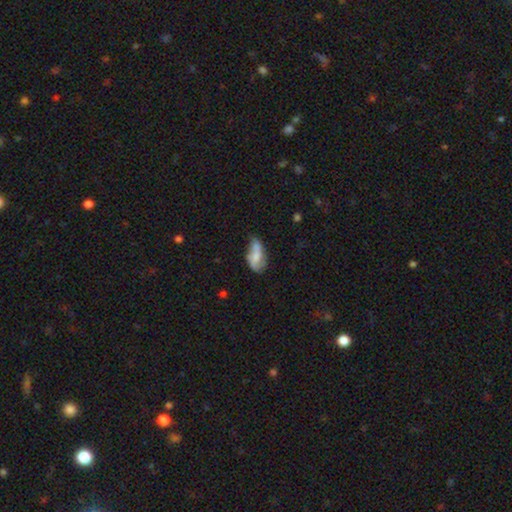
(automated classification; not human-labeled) This appears to be a smooth galaxy with no disk features (52%) that is in between round and cigar-shaped (88%). Merging: none (39%).